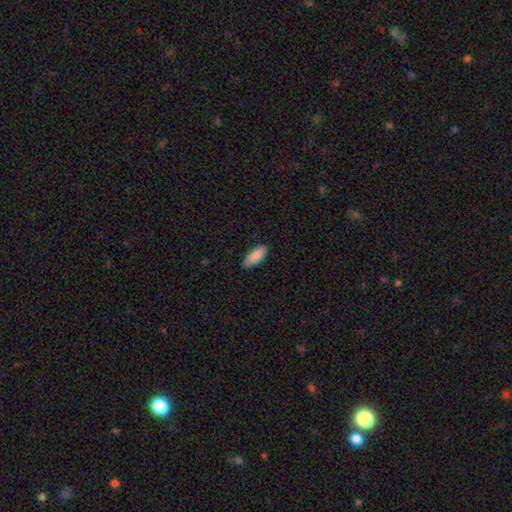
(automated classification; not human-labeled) This appears to be a smooth galaxy with no disk features (90%) that is in between round and cigar-shaped (76%). Merging: none (85%).